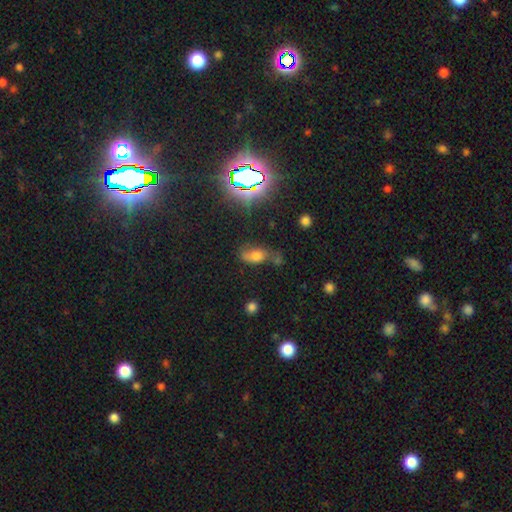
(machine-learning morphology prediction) Smooth or featured: smooth — 59% (star or artifact — 22%)
How rounded: in between — 84% (round — 10%)
Merging: none — 48% (minor disturbance — 25%)